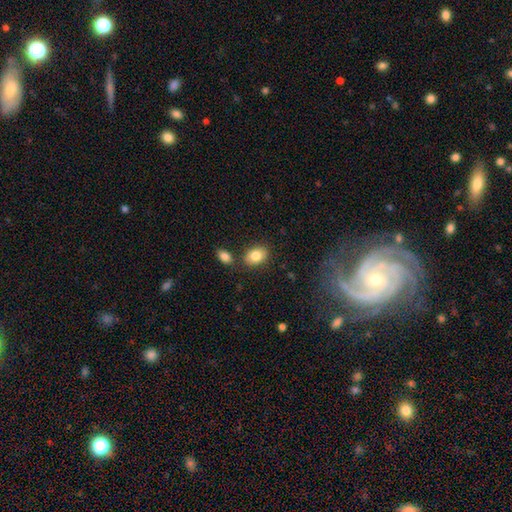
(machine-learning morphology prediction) A smooth galaxy with no disk features (83%) that is in between round and cigar-shaped (81%).

Vote fractions:
- Smooth or featured? smooth: 83% / featured or disk: 10% / star or artifact: 7%
- How rounded? in between: 81% / round: 18% / cigar-shaped: 1%
- Merging? none: 77% / minor disturbance: 11% / merger: 9% / major disturbance: 3%